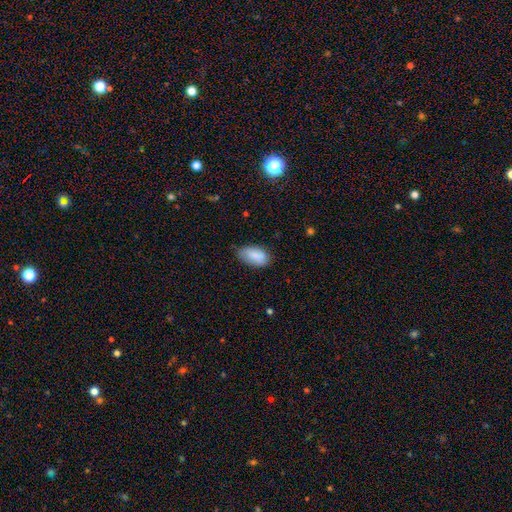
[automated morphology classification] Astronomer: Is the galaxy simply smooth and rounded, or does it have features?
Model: smooth — 86%.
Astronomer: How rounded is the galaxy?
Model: in between — 94%.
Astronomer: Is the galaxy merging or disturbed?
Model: none — 70%.